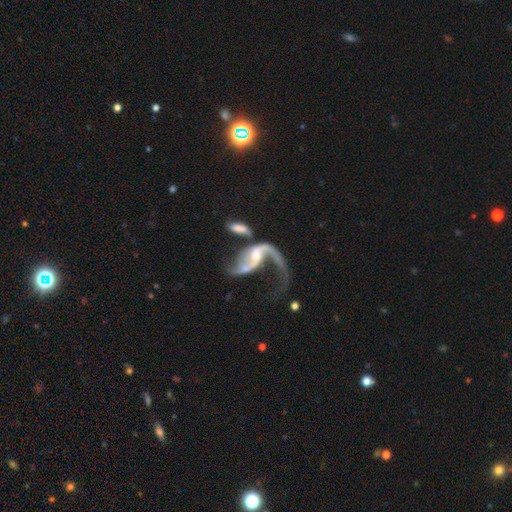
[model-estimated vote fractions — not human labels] Smooth or featured: featured or disk — 87% (smooth — 7%)
Edge-on disk: no — 96% (yes — 4%)
Bar: no — 40% (weak — 39%)
Spiral arms: yes — 92% (no — 8%)
Spiral winding: loose — 85% (medium — 12%)
Spiral arm count: 2 — 76% (1 — 17%)
Bulge size: small — 50% (moderate — 41%)
Merging: merger — 31% (major disturbance — 30%)